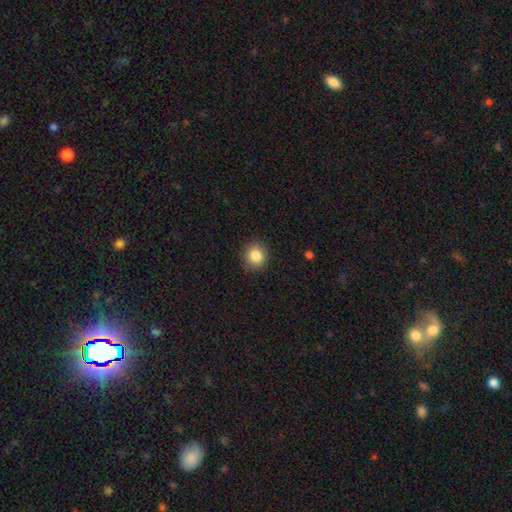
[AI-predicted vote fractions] smooth-or-featured: smooth: 85% | star or artifact: 10% | featured or disk: 5%
  how-rounded: round: 84% | in between: 15% | cigar-shaped: 1%
  merging: none: 89% | minor disturbance: 8% | major disturbance: 2% | merger: 1%